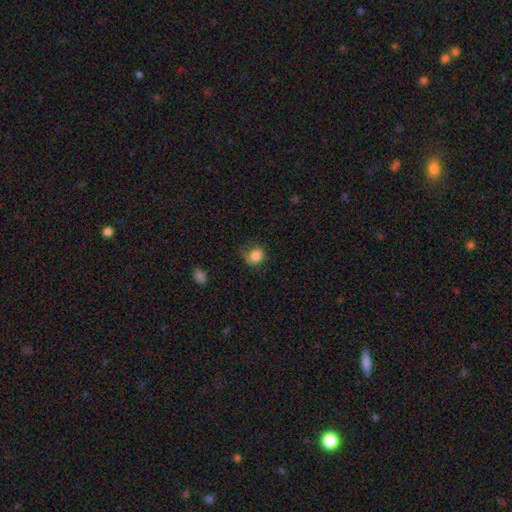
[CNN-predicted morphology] Smooth or featured: smooth — 84% (star or artifact — 10%)
How rounded: round — 70% (in between — 29%)
Merging: none — 55% (minor disturbance — 29%)